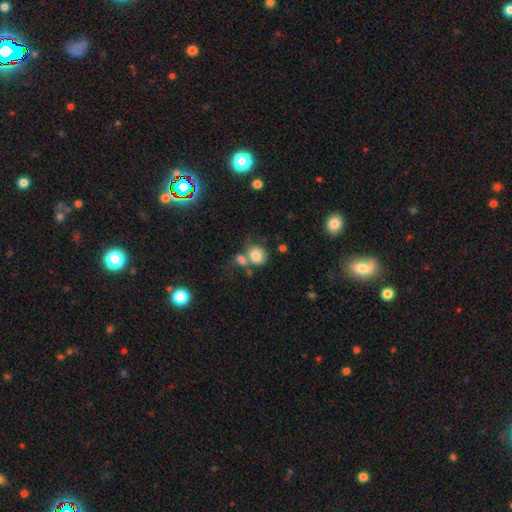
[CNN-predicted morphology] Smooth or featured? Predicted: smooth (p=0.79). How rounded? Predicted: round (p=0.72). Merging? Predicted: none (p=0.41).